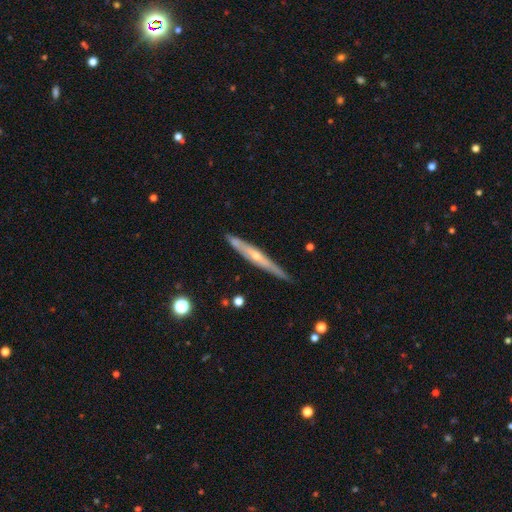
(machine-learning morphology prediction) A featured or disk galaxy (67%) viewed edge-on (92%) with a rounded central bulge (63%).

Vote fractions:
- Smooth or featured? featured or disk: 67% / smooth: 27% / star or artifact: 6%
- Edge-on disk? yes: 92% / no: 8%
- Edge-on bulge? rounded: 63% / none: 33% / boxy: 4%
- Merging? none: 84% / minor disturbance: 12% / major disturbance: 2% / merger: 2%